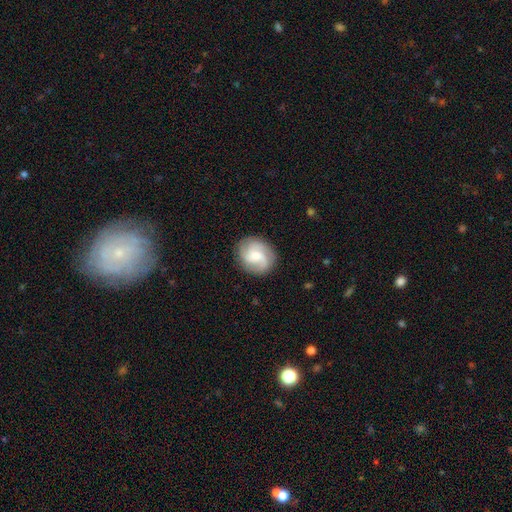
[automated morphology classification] type=featured or disk (73%); edge-on=no (98%); bar=no (56%); spiral arms=yes (96%); winding=medium (48%); arm count=3 (61%); bulge=moderate (38%); merging=none (83%).